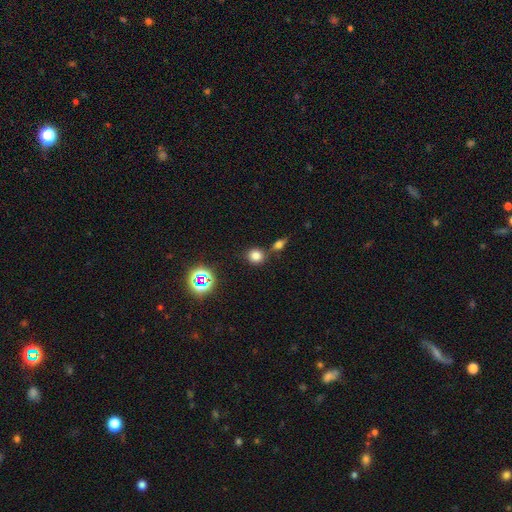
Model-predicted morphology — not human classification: type=smooth (75%); roundness=round (83%); merging=none (73%).